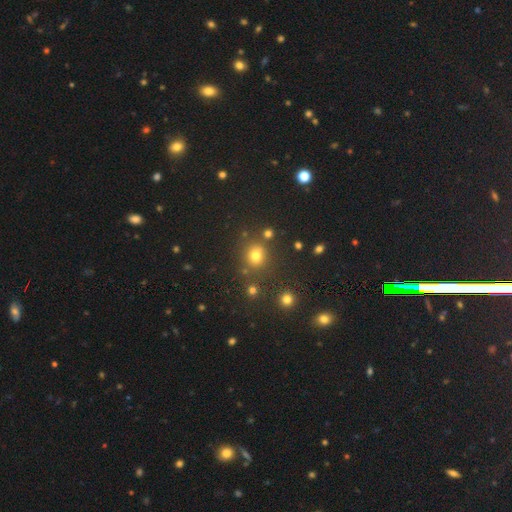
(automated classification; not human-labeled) smooth_or_featured: smooth (p=0.72) [alt: star or artifact p=0.21]
how_rounded: round (p=0.84) [alt: in between p=0.15]
merging: none (p=0.79) [alt: minor disturbance p=0.10]